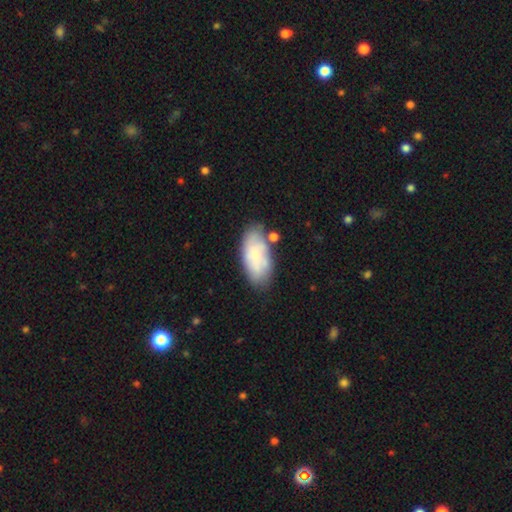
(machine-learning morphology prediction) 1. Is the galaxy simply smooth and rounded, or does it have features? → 67% smooth, 26% featured or disk, 7% star or artifact.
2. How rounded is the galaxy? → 92% in between, 6% cigar-shaped, 3% round.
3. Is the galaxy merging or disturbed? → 66% none, 20% minor disturbance, 8% merger, 6% major disturbance.